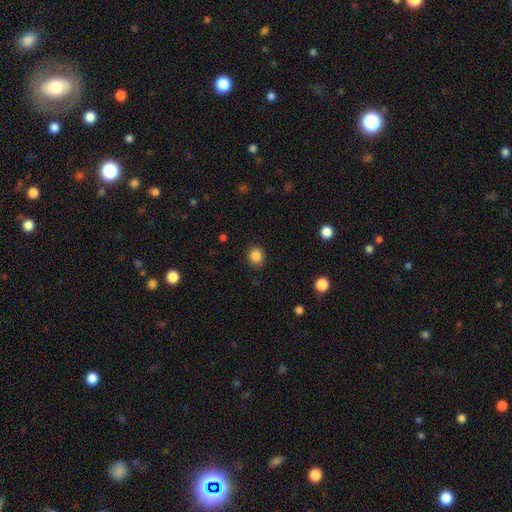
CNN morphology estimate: Smooth or featured? Predicted: smooth (p=0.86). How rounded? Predicted: round (p=0.81). Merging? Predicted: none (p=0.88).